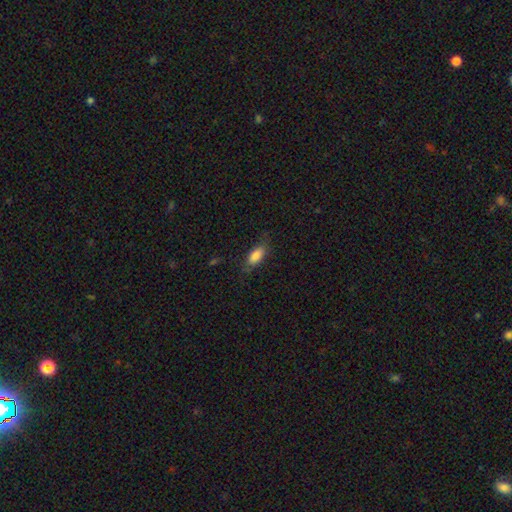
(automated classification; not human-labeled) Smooth or featured? smooth (81%)
How rounded? in between (86%)
Merging? none (70%)